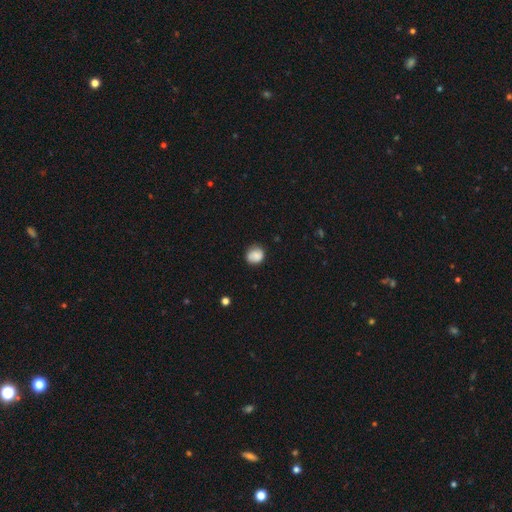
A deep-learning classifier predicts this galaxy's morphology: Smooth or featured? smooth (83%)
How rounded? round (78%)
Merging? none (72%)